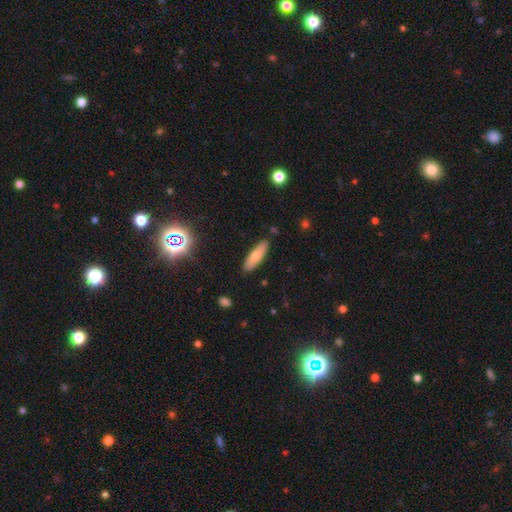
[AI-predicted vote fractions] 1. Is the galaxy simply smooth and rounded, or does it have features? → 71% smooth, 22% featured or disk, 7% star or artifact.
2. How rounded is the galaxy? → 55% cigar-shaped, 43% in between, 2% round.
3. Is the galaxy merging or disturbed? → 85% none, 10% minor disturbance, 2% major disturbance, 2% merger.